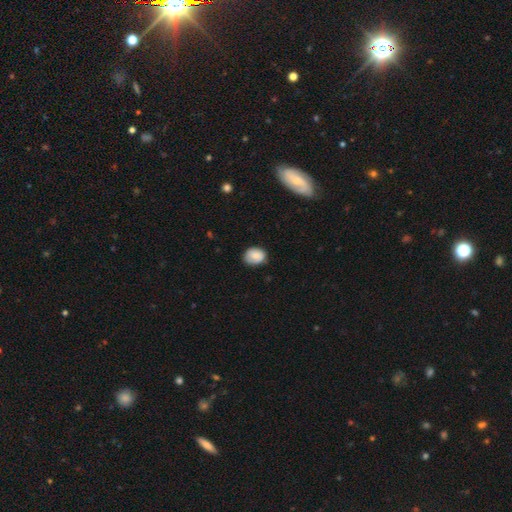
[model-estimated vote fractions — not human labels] smooth 84%, featured or disk 8%, star or artifact 8%. Down the decision tree: how rounded — in between (51%); merging — none (74%).